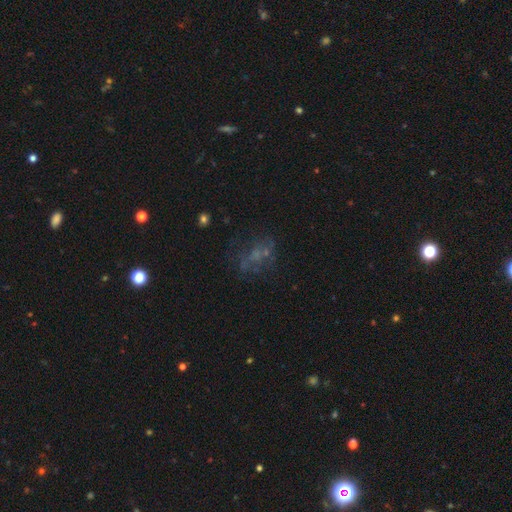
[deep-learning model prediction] This appears to be a featured or disk galaxy (41%). Merging: none (50%).